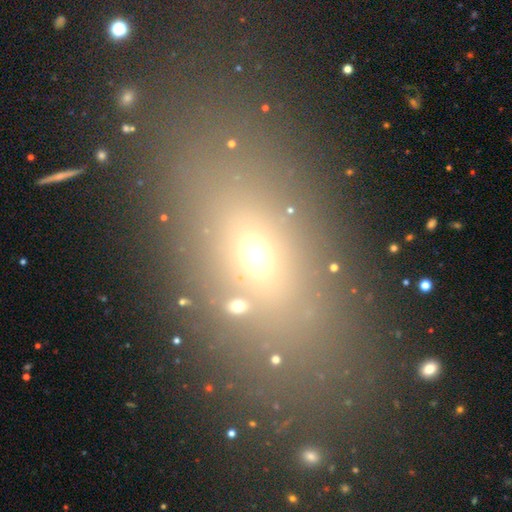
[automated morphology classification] Smooth or featured: smooth — 57% (star or artifact — 24%)
How rounded: in between — 76% (round — 14%)
Merging: none — 70% (minor disturbance — 14%)